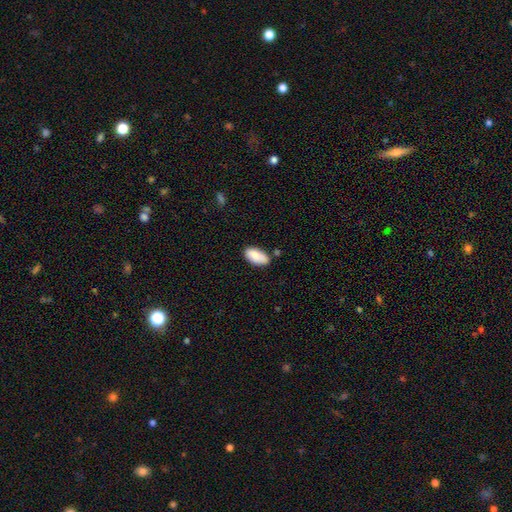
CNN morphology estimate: Overall: smooth (83%). How rounded: in between (94%). Merging: none (68%).